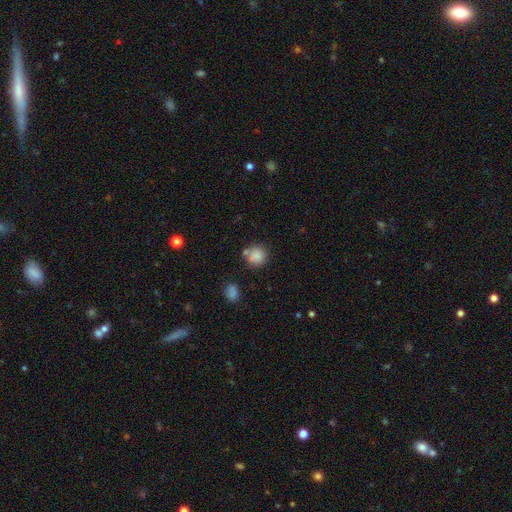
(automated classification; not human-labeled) This appears to be a smooth galaxy with no disk features (84%) that is round (87%). Merging: none (67%).